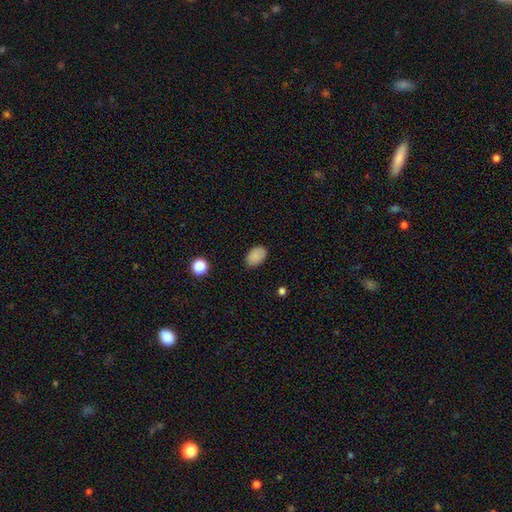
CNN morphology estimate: A smooth galaxy with no disk features (88%) that is in between round and cigar-shaped (87%).

Vote fractions:
- Smooth or featured? smooth: 88% / star or artifact: 9% / featured or disk: 4%
- How rounded? in between: 87% / round: 12% / cigar-shaped: 1%
- Merging? none: 85% / minor disturbance: 11% / major disturbance: 2% / merger: 1%